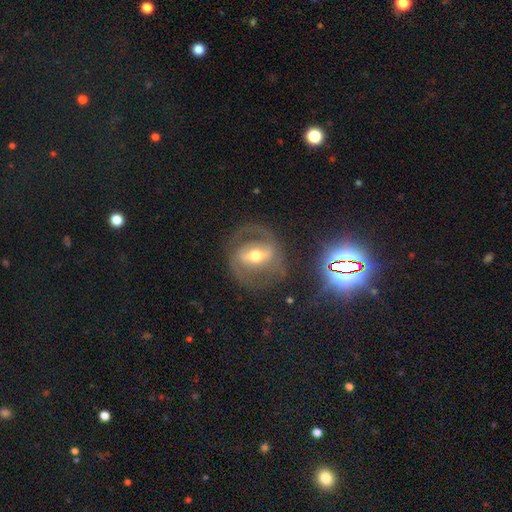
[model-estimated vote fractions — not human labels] This is likely a featured or disk galaxy (77%). It is clearly not viewed edge-on (94%). Bar: possibly strong (56%). Spiral arm pattern: likely yes (73%). Spiral arm count: likely 2 (79%). Spiral winding: possibly medium (47%). Central bulge: likely moderate (71%). Merging: likely none (70%).